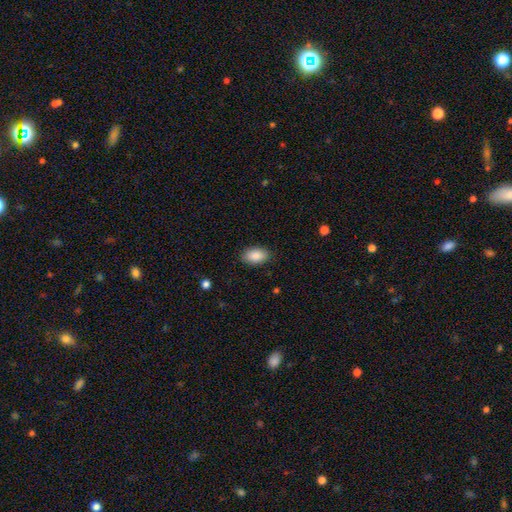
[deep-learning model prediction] Smooth or featured? smooth (89%)
How rounded? in between (92%)
Merging? none (87%)